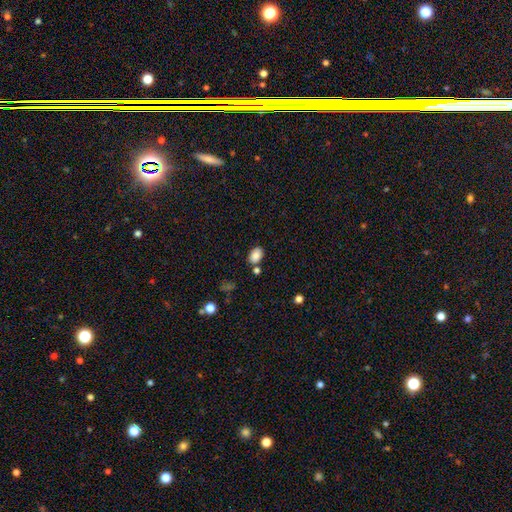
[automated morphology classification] smooth-or-featured: smooth: 85% | star or artifact: 9% | featured or disk: 6%
  how-rounded: in between: 87% | round: 12% | cigar-shaped: 1%
  merging: none: 76% | minor disturbance: 12% | merger: 9% | major disturbance: 3%